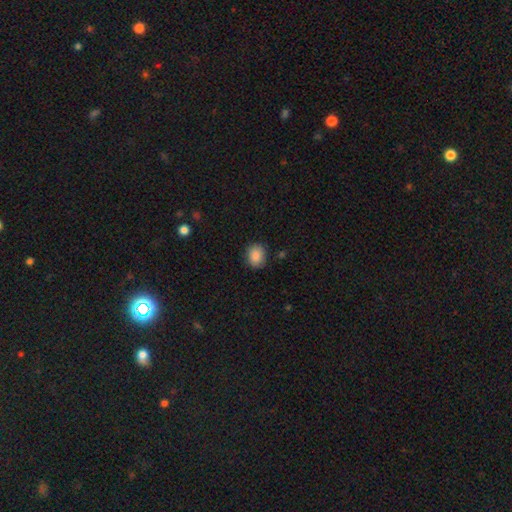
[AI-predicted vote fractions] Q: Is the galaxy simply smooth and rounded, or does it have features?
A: smooth — 88%.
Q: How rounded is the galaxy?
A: round — 56%.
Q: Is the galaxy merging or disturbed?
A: none — 85%.